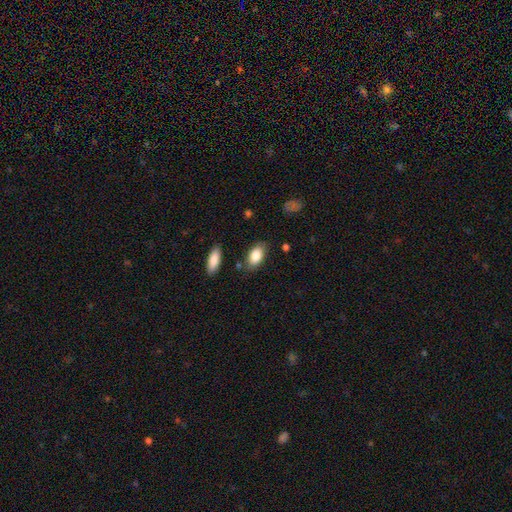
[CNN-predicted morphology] Smooth or featured? smooth (84%)
How rounded? in between (92%)
Merging? none (78%)